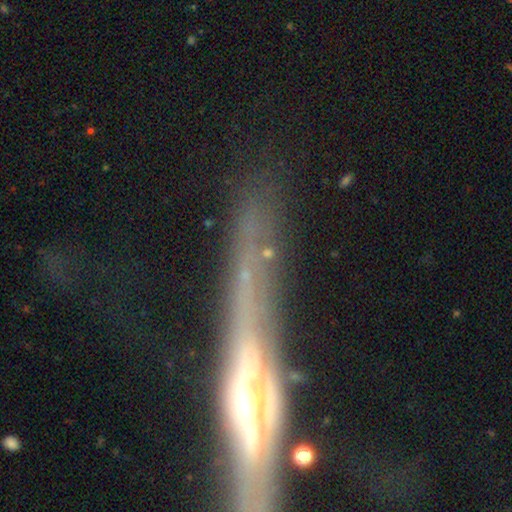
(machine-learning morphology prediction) Smooth or featured? Predicted: featured or disk (p=0.72). Edge-on disk? Predicted: yes (p=0.86). Edge-on bulge? Predicted: rounded (p=0.66). Merging? Predicted: none (p=0.58).